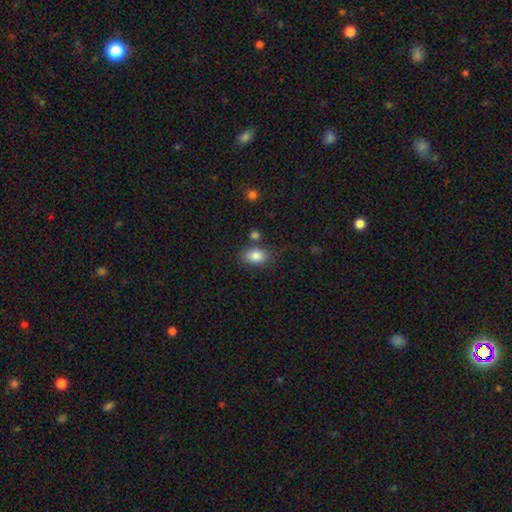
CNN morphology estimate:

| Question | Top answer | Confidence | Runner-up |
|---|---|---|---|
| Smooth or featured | smooth | 85% | star or artifact (8%) |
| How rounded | in between | 83% | round (15%) |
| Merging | none | 73% | minor disturbance (14%) |